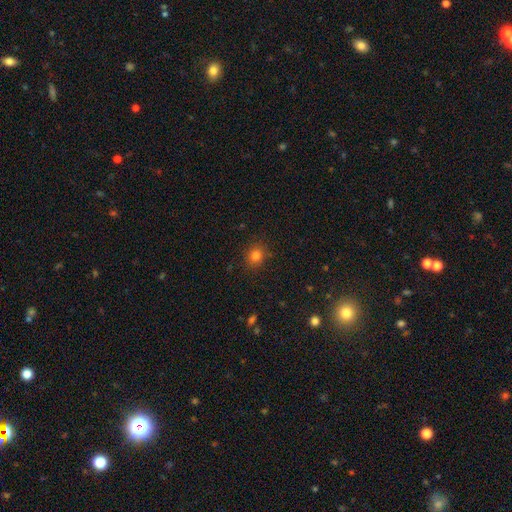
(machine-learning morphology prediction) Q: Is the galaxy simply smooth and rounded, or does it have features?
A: smooth — 80%.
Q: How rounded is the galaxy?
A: round — 85%.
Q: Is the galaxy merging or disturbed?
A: none — 88%.